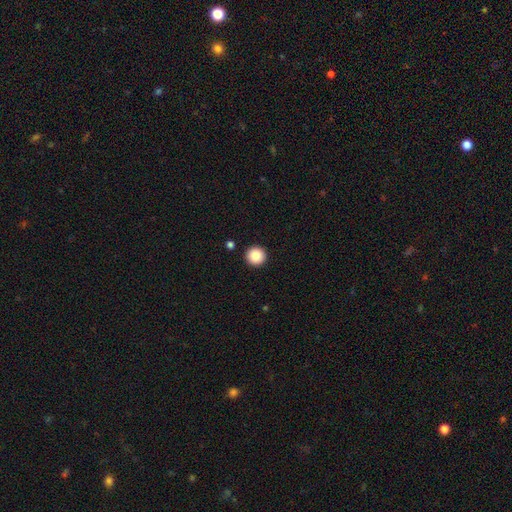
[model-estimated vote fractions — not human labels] A smooth galaxy with no disk features (86%) that is round (96%). Merging: none (93%).